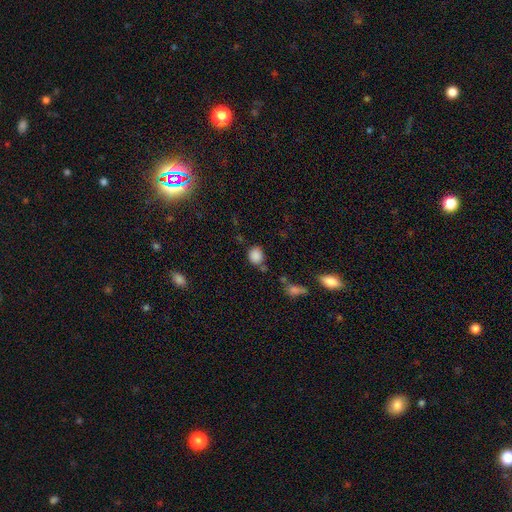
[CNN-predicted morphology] smooth_or_featured: smooth (p=0.85) [alt: star or artifact p=0.11]
how_rounded: round (p=0.73) [alt: in between p=0.26]
merging: none (p=0.68) [alt: minor disturbance p=0.18]